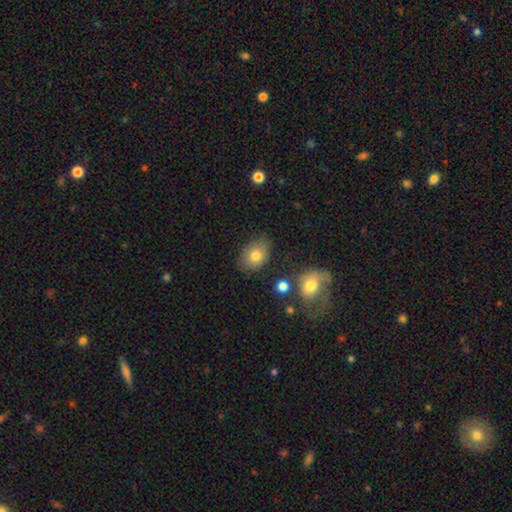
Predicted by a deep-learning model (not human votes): Smooth or featured? Predicted: smooth (p=0.78). How rounded? Predicted: in between (p=0.72). Merging? Predicted: none (p=0.76).